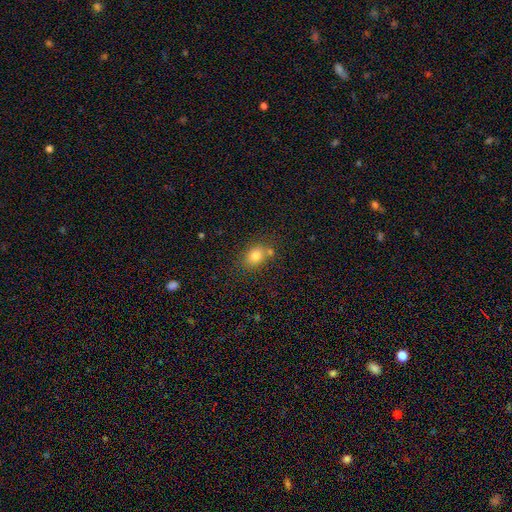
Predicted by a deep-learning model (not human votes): A smooth galaxy with no disk features (79%) that is in between round and cigar-shaped (58%). Merging: none (68%).